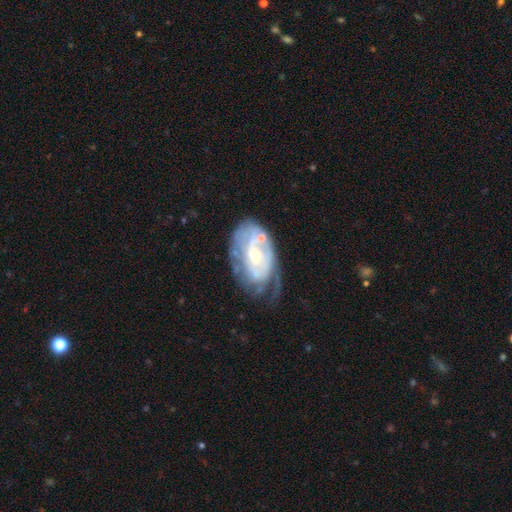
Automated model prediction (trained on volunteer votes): Smooth or featured? Predicted: featured or disk (p=0.73). Edge-on disk? Predicted: no (p=0.95). Bar? Predicted: no (p=0.70). Spiral arms? Predicted: yes (p=0.71). Bulge size? Predicted: small (p=0.61). Merging? Predicted: none (p=0.41).